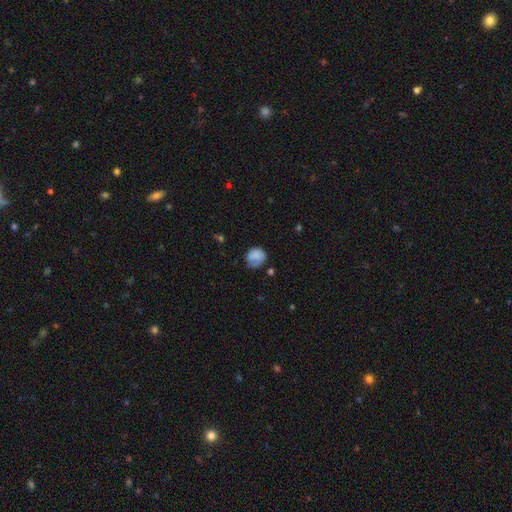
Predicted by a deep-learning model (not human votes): smooth_or_featured: smooth (p=0.77) [alt: featured or disk p=0.13]
how_rounded: round (p=0.75) [alt: in between p=0.24]
merging: none (p=0.52) [alt: minor disturbance p=0.31]